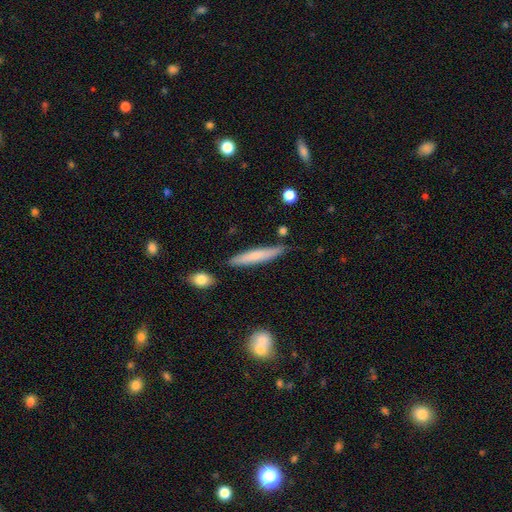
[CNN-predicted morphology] Smooth or featured: smooth — 67% (featured or disk — 27%)
How rounded: cigar-shaped — 92% (in between — 6%)
Merging: none — 81% (minor disturbance — 14%)